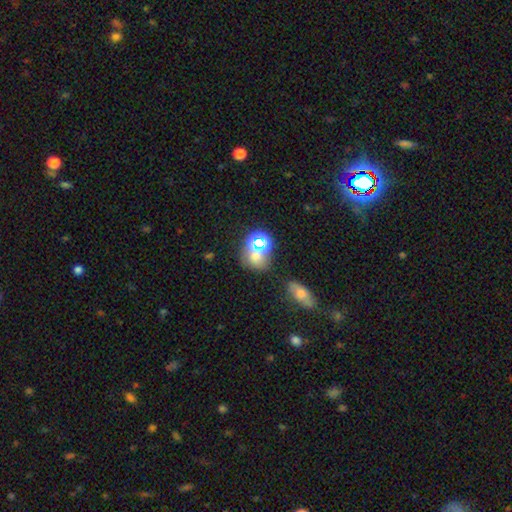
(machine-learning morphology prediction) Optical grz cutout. It shows a smooth galaxy with no disk features (51%) that is round (59%). Merging: none (57%).